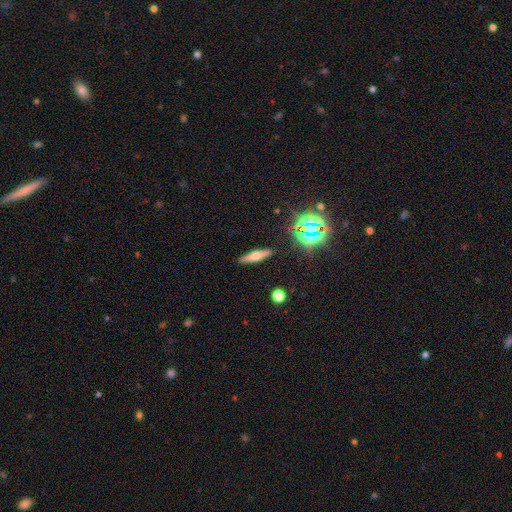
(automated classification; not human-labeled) This is possibly a smooth galaxy (51%). How rounded: likely cigar-shaped (75%). Merging: clearly none (89%).